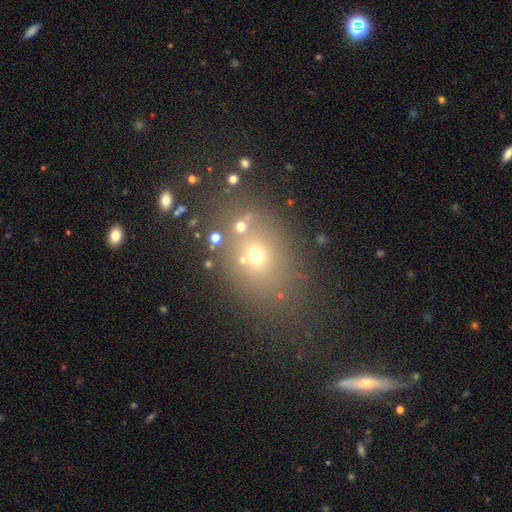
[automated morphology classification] Smooth or featured? smooth (54%)
How rounded? in between (51%)
Merging? none (64%)